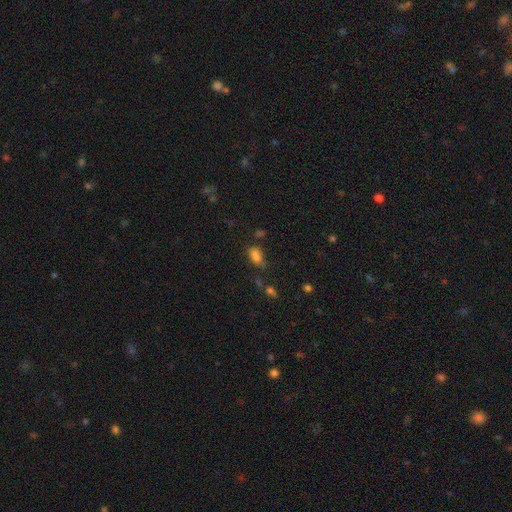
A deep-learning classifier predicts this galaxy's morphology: The model was most divided on "merging": none: 44%, minor disturbance: 26%, merger: 16%, major disturbance: 14%. More confident: how rounded — in between (83%); smooth or featured — smooth (74%).